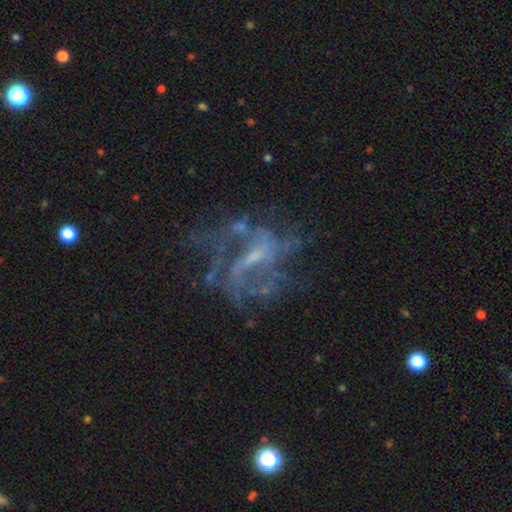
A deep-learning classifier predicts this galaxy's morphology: Smooth or featured? Predicted: featured or disk (p=0.77). Edge-on disk? Predicted: no (p=0.96). Bar? Predicted: weak (p=0.47). Spiral arms? Predicted: yes (p=0.68). Spiral winding? Predicted: loose (p=0.47). Spiral arm count? Predicted: can't tell (p=0.38). Bulge size? Predicted: small (p=0.53). Merging? Predicted: none (p=0.46).